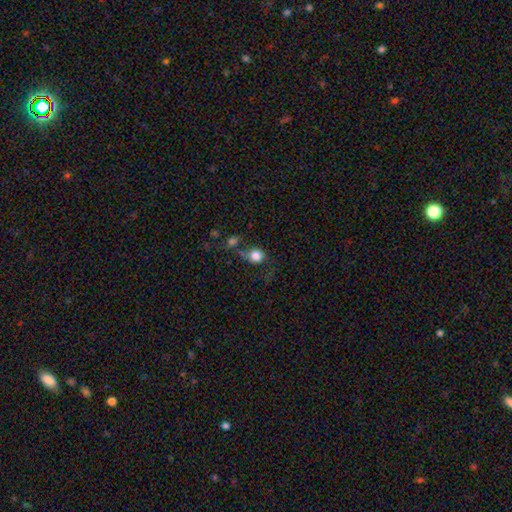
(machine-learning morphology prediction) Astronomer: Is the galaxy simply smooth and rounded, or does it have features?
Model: smooth — 81%.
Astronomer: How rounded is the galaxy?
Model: round — 79%.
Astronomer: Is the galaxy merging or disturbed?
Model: none — 50%.